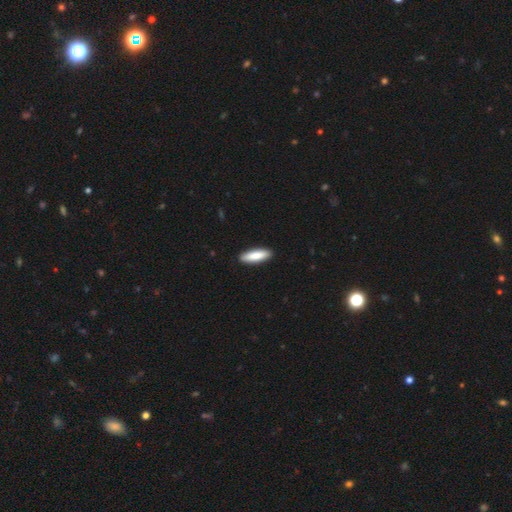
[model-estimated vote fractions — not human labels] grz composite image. It shows a smooth galaxy with no disk features (84%) that is cigar-shaped (58%). Merging: none (91%).